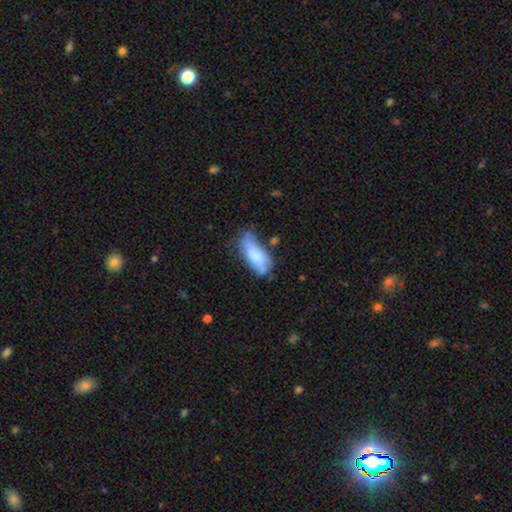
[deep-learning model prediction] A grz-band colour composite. It shows a smooth galaxy with no disk features (75%) that is in between round and cigar-shaped (76%). Merging: none (42%).